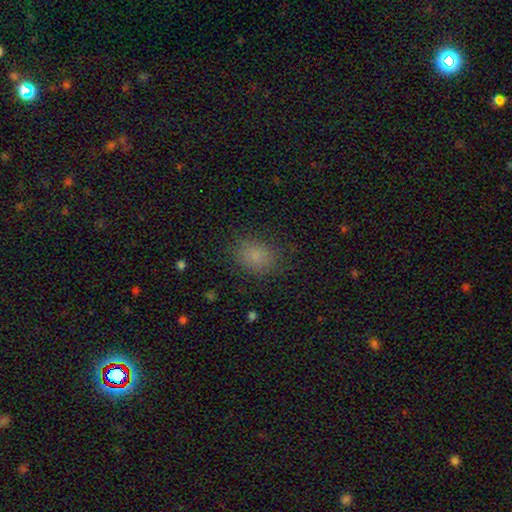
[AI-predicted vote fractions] The model was most divided on "how rounded": in between: 55%, round: 44%, cigar-shaped: 1%. More confident: smooth or featured — smooth (80%); merging — none (79%).